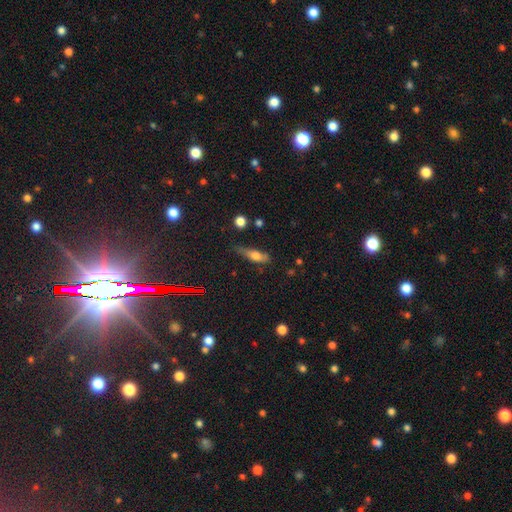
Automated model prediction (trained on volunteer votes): smooth_or_featured: smooth (p=0.61) [alt: featured or disk p=0.29]
how_rounded: cigar-shaped (p=0.51) [alt: in between p=0.45]
merging: none (p=0.53) [alt: minor disturbance p=0.32]